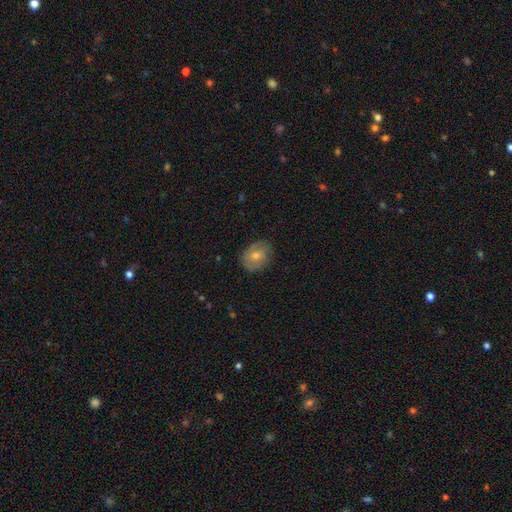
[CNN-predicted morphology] A smooth galaxy with no disk features (49%). Merging: none (81%).